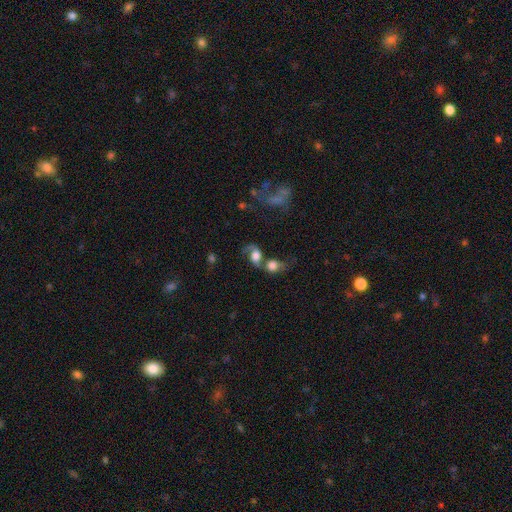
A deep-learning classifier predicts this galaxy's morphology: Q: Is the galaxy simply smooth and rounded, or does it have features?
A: featured or disk — 46%.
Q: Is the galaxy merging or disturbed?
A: merger — 54%.